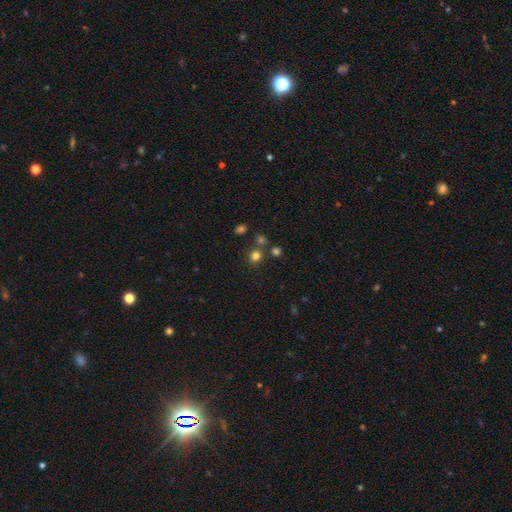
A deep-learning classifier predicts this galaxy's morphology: Smooth or featured? Predicted: smooth (p=0.76). How rounded? Predicted: round (p=0.85). Merging? Predicted: none (p=0.75).